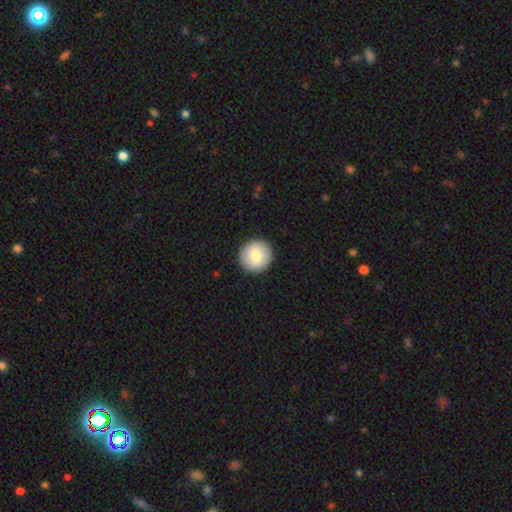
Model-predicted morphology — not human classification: A smooth galaxy with no disk features (82%) that is round (95%).

Vote fractions:
- Smooth or featured? smooth: 82% / featured or disk: 11% / star or artifact: 7%
- How rounded? round: 95% / in between: 4% / cigar-shaped: 1%
- Merging? none: 93% / minor disturbance: 5% / major disturbance: 1% / merger: 1%